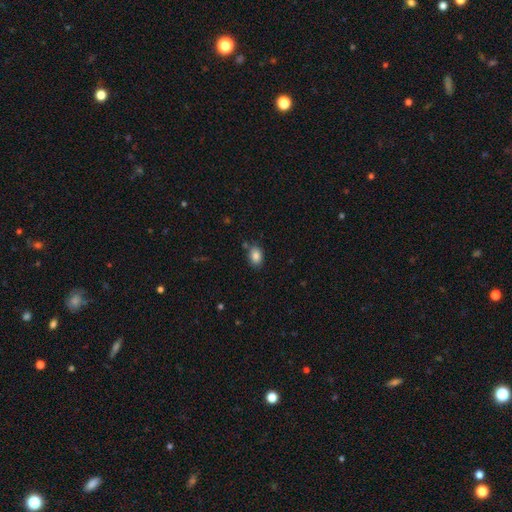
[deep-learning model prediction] Morphology: type=smooth (86%); roundness=in between (80%); merging=none (80%).